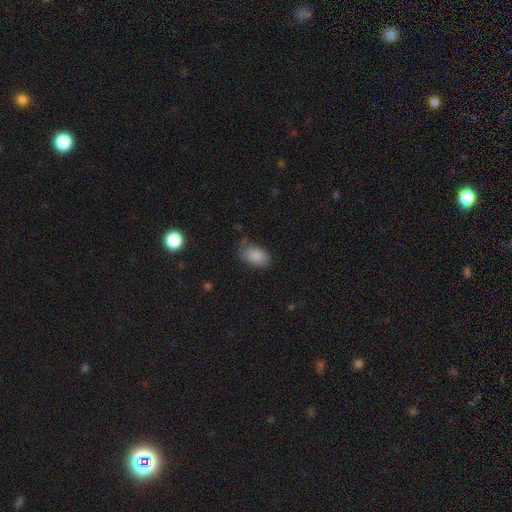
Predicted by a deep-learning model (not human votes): Q: Smooth or featured?
A: smooth (86%); runner-up: star or artifact (8%)
Q: How rounded?
A: in between (92%); runner-up: round (7%)
Q: Merging?
A: none (66%); runner-up: minor disturbance (25%)